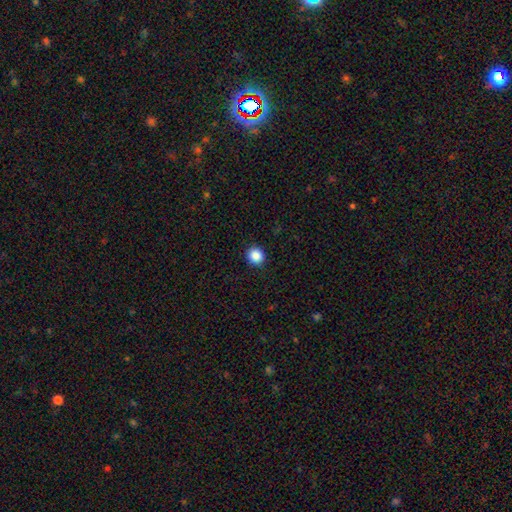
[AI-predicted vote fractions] Smooth or featured? smooth (87%)
How rounded? round (89%)
Merging? none (92%)